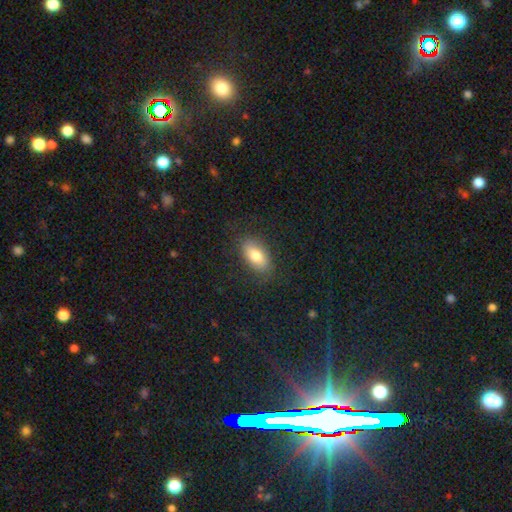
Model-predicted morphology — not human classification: A smooth galaxy with no disk features (77%) that is in between round and cigar-shaped (90%). Merging: none (83%).